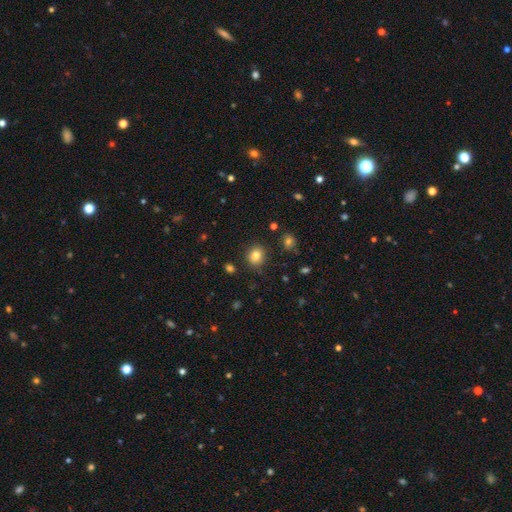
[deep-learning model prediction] The model was most divided on "how rounded": round: 78%, in between: 22%, cigar-shaped: 1%. More confident: merging — none (88%); smooth or featured — smooth (83%).